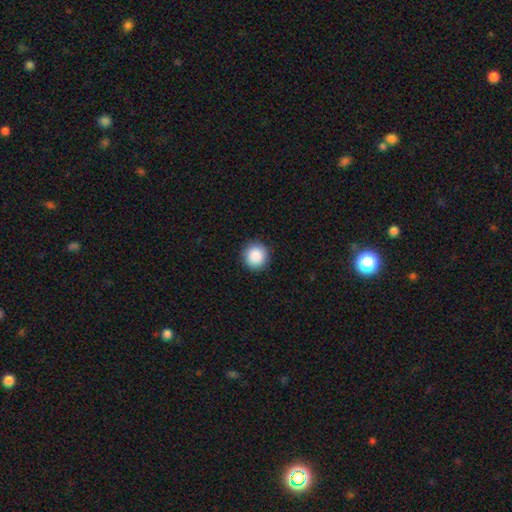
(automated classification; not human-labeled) A smooth galaxy with no disk features (89%) that is round (93%).

Vote fractions:
- Smooth or featured? smooth: 89% / star or artifact: 8% / featured or disk: 3%
- How rounded? round: 93% / in between: 6% / cigar-shaped: 1%
- Merging? none: 91% / minor disturbance: 6% / major disturbance: 2% / merger: 1%